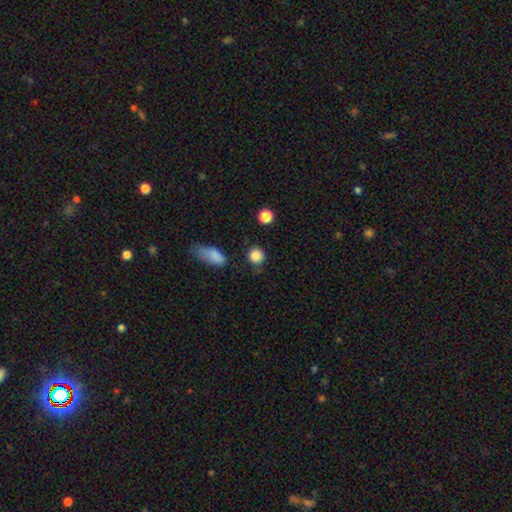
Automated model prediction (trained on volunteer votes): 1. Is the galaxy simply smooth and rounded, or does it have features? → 86% smooth, 10% star or artifact, 4% featured or disk.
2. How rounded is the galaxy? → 88% round, 10% in between, 1% cigar-shaped.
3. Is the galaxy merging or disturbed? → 79% none, 13% minor disturbance, 4% merger, 4% major disturbance.